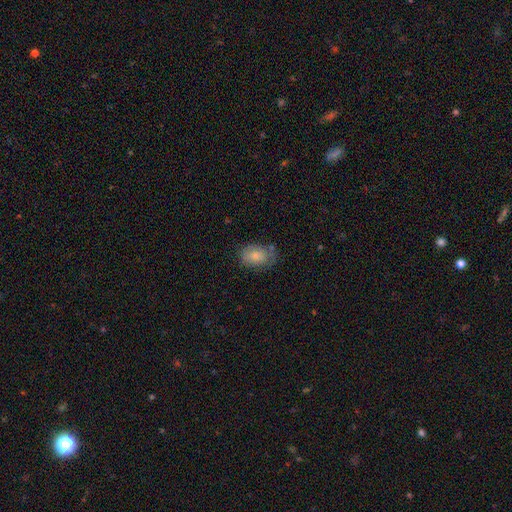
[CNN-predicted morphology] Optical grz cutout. It shows a smooth galaxy with no disk features (79%) that is in between round and cigar-shaped (81%). Merging: none (65%).